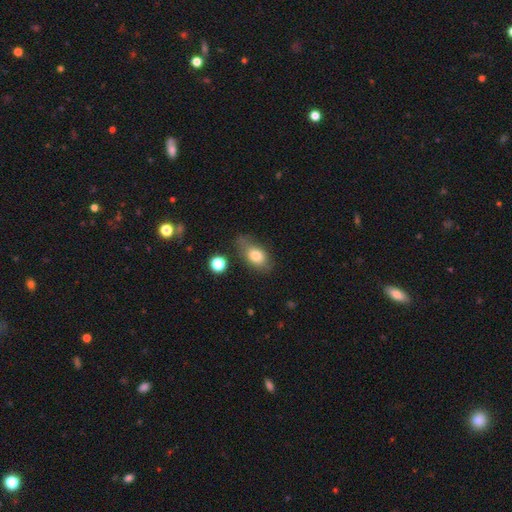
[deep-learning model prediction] This appears to be a smooth galaxy with no disk features (78%) that is in between round and cigar-shaped (82%). Merging: none (56%).